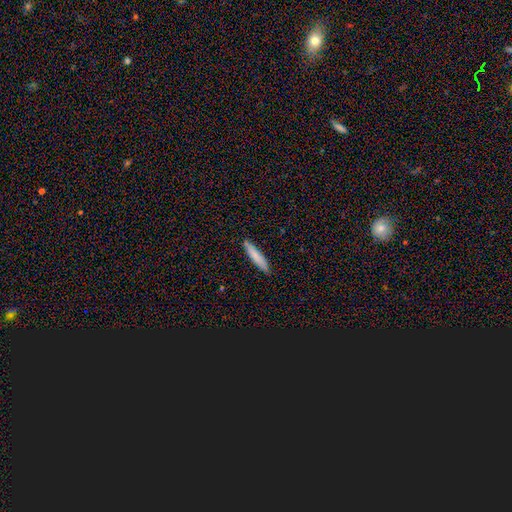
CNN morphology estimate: Smooth or featured? smooth (80%)
How rounded? cigar-shaped (87%)
Merging? none (86%)